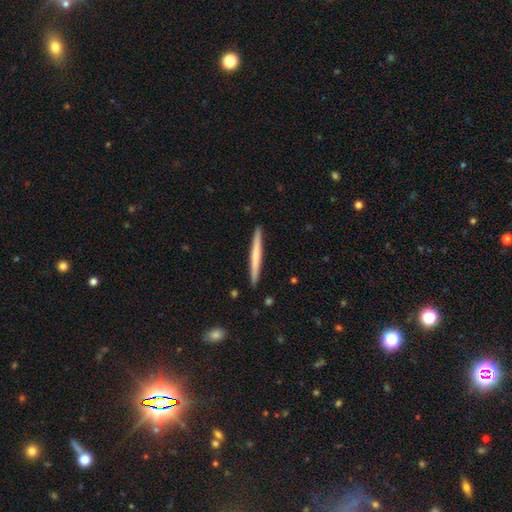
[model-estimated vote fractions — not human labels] Morphology: type=smooth (56%); roundness=cigar-shaped (97%); merging=none (92%).